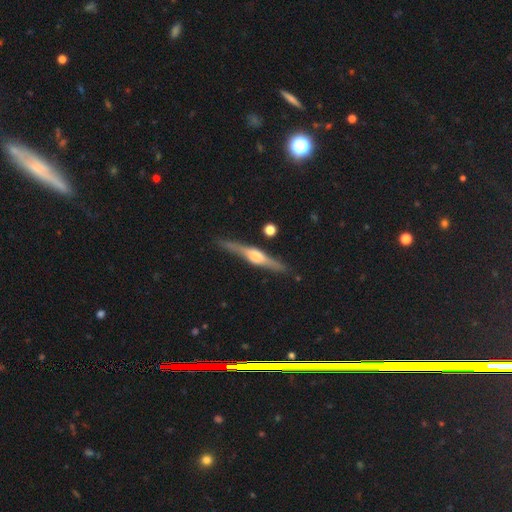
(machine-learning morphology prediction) Smooth or featured: featured or disk — 78% (smooth — 17%)
Edge-on disk: yes — 98% (no — 2%)
Edge-on bulge: rounded — 84% (boxy — 12%)
Merging: none — 88% (minor disturbance — 8%)